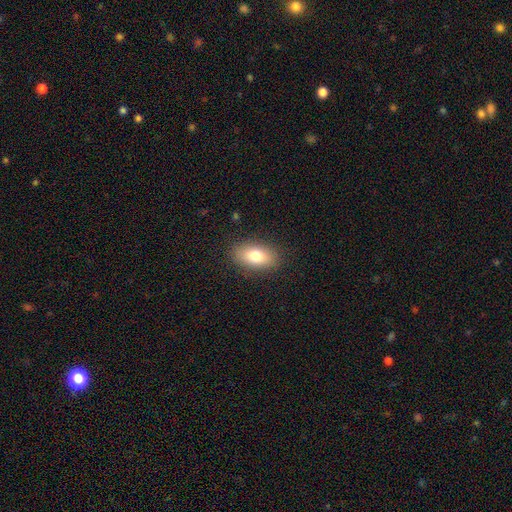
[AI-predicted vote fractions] A smooth galaxy with no disk features (77%) that is in between round and cigar-shaped (88%).

Vote fractions:
- Smooth or featured? smooth: 77% / featured or disk: 14% / star or artifact: 8%
- How rounded? in between: 88% / round: 7% / cigar-shaped: 4%
- Merging? none: 87% / minor disturbance: 9% / major disturbance: 3% / merger: 1%